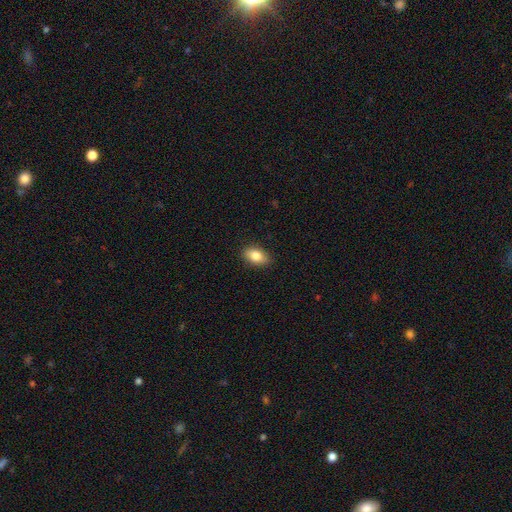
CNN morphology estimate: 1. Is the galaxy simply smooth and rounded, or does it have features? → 84% smooth, 9% featured or disk, 7% star or artifact.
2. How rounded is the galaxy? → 89% in between, 8% round, 2% cigar-shaped.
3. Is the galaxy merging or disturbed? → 88% none, 9% minor disturbance, 2% major disturbance, 1% merger.